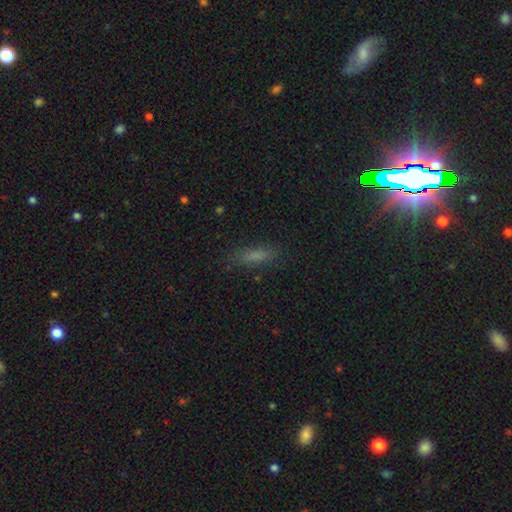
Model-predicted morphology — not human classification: Smooth or featured: smooth — 71% (star or artifact — 16%)
How rounded: cigar-shaped — 60% (in between — 37%)
Merging: none — 82% (minor disturbance — 13%)